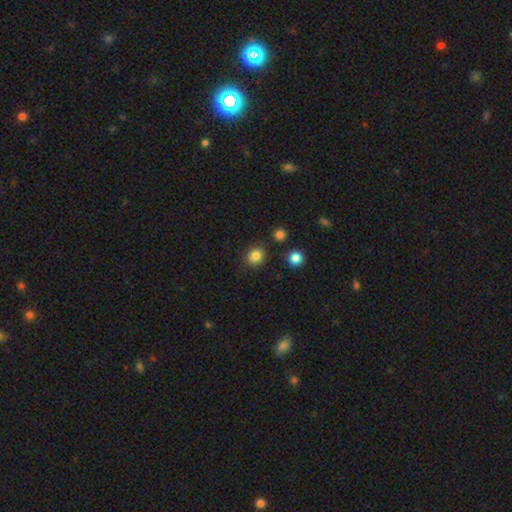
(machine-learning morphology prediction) Smooth or featured?
  - smooth: 84% *
  - star or artifact: 11%
  - featured or disk: 4%
How rounded?
  - round: 76% *
  - in between: 24%
  - cigar-shaped: 1%
Merging?
  - none: 85% *
  - minor disturbance: 9%
  - merger: 4%
  - major disturbance: 3%